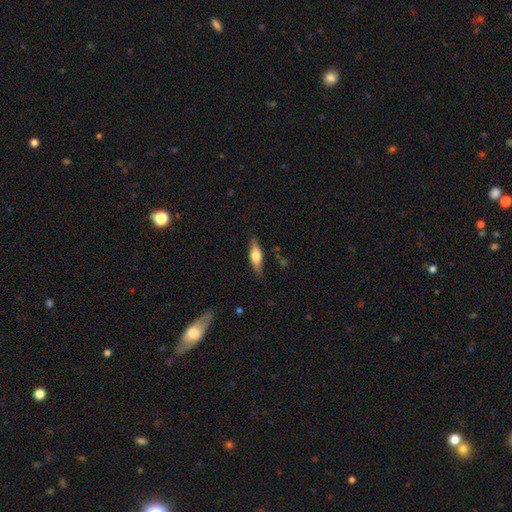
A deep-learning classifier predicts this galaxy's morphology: A smooth galaxy with no disk features (56%) that is cigar-shaped (51%).

Vote fractions:
- Smooth or featured? smooth: 56% / featured or disk: 38% / star or artifact: 6%
- How rounded? cigar-shaped: 51% / in between: 46% / round: 2%
- Merging? none: 83% / minor disturbance: 13% / major disturbance: 3% / merger: 1%